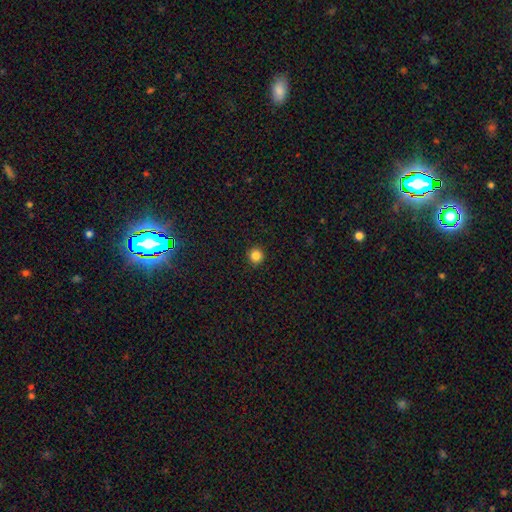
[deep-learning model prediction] A smooth galaxy with no disk features (85%) that is round (95%). Merging: none (92%).